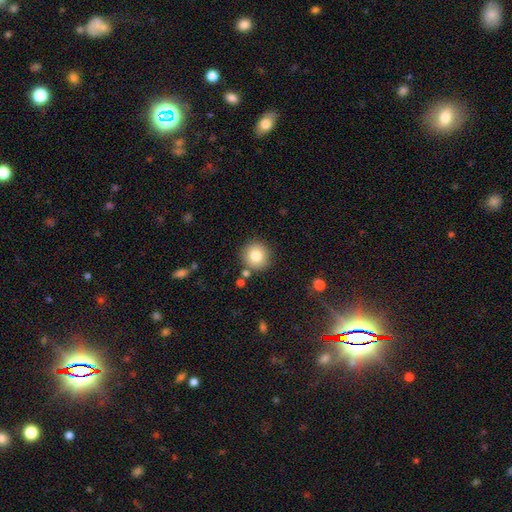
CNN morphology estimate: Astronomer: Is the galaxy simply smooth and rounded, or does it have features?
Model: smooth — 80%.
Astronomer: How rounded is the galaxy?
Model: round — 94%.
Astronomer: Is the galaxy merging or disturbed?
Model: none — 85%.